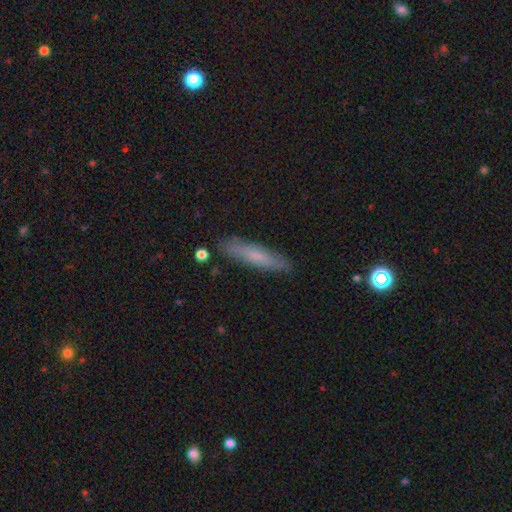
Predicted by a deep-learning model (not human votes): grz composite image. It shows a smooth galaxy with no disk features (66%) that is cigar-shaped (83%). Merging: none (86%).